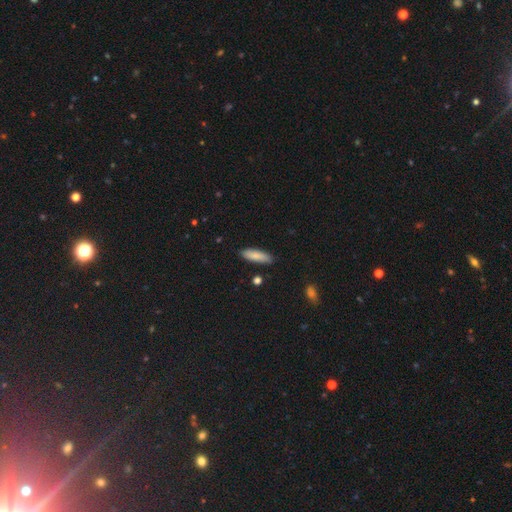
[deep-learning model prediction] This is clearly a smooth galaxy (84%). How rounded: possibly cigar-shaped (50%). Merging: clearly none (87%).